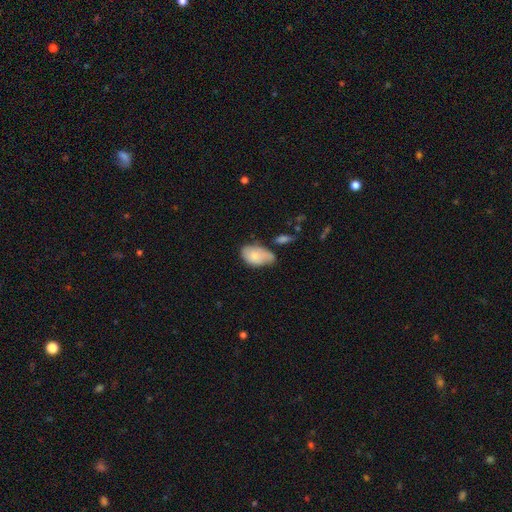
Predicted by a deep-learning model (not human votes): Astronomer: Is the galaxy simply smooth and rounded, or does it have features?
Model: smooth — 77%.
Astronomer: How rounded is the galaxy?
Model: in between — 91%.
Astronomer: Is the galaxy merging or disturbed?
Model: minor disturbance — 38% (runner-up: none, 35%).